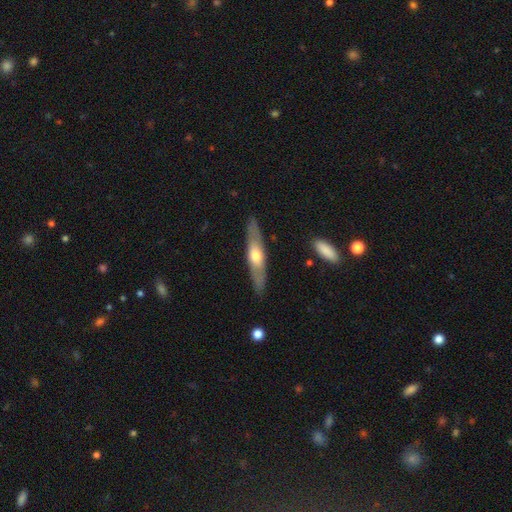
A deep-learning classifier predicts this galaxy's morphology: Smooth or featured? featured or disk (55%)
Edge-on disk? yes (76%)
Merging? none (86%)